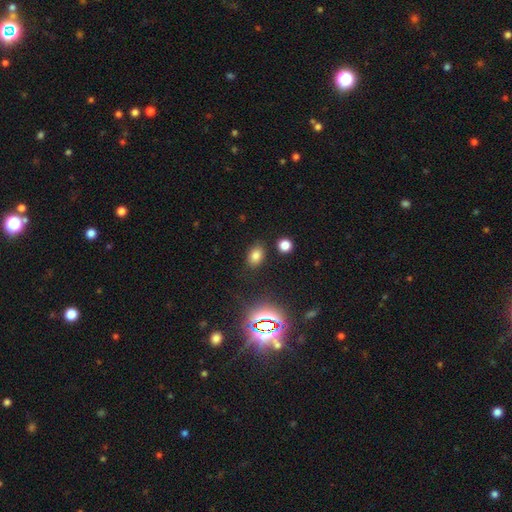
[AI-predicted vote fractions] This is likely a smooth galaxy (75%). How rounded: likely in between (78%). Merging: clearly none (83%).